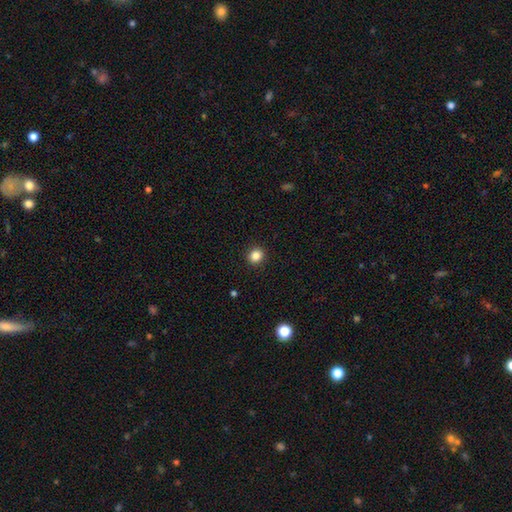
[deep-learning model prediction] smooth-or-featured: smooth: 85% | star or artifact: 11% | featured or disk: 4%
  how-rounded: round: 86% | in between: 13% | cigar-shaped: 1%
  merging: none: 92% | minor disturbance: 5% | major disturbance: 2% | merger: 1%